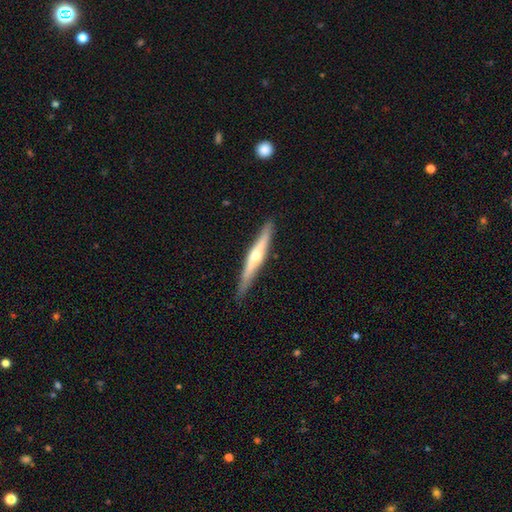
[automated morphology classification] This appears to be a featured or disk galaxy (69%) viewed edge-on (95%) with a rounded central bulge (87%). Merging: none (87%).